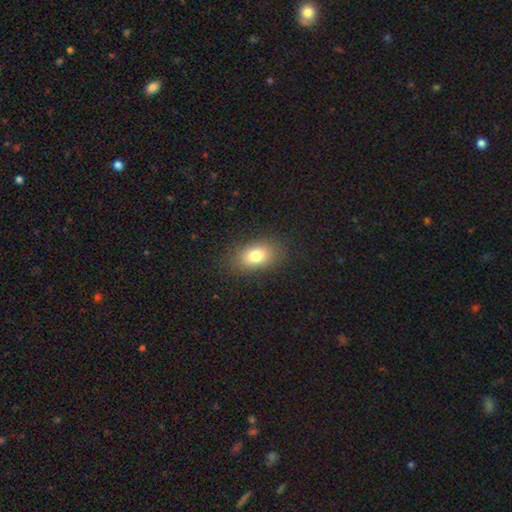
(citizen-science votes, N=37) This appears to be a smooth galaxy with no disk features (76%) that is in between round and cigar-shaped (86%). Merging: none (89%).